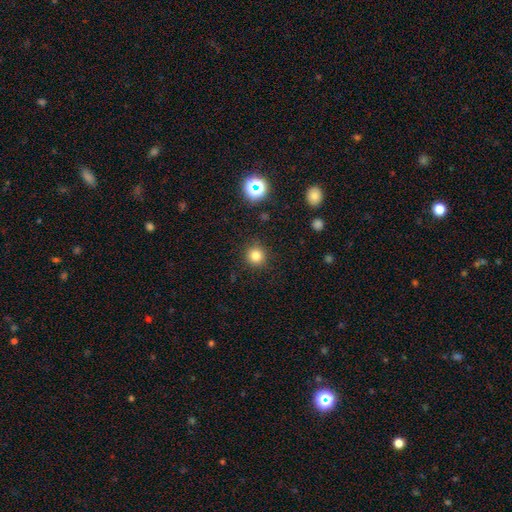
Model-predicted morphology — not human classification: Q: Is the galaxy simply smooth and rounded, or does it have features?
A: smooth — 79%.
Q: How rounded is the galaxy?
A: round — 94%.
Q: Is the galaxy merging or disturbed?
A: none — 90%.